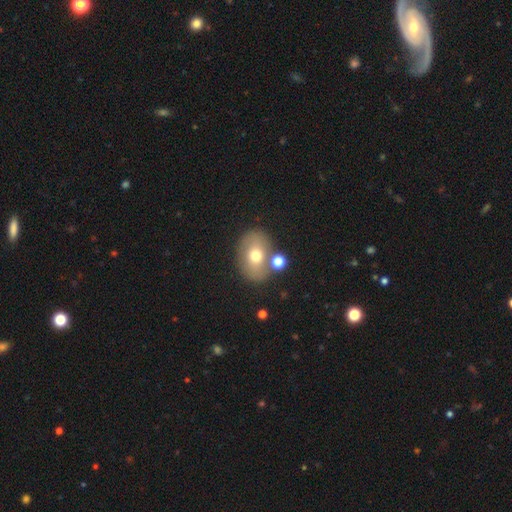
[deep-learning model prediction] This is likely a smooth galaxy (65%). How rounded: likely in between (70%). Merging: likely none (68%).